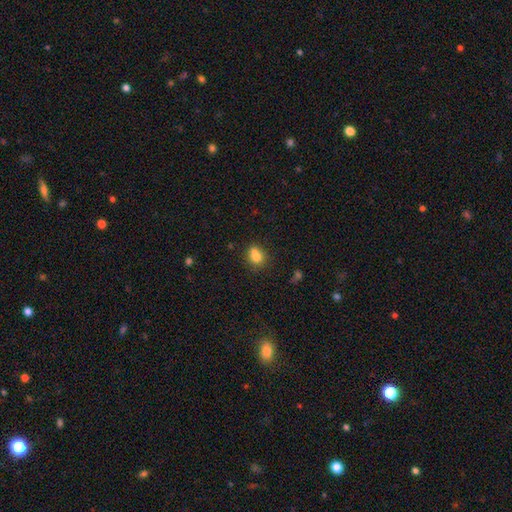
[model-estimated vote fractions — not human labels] Smooth or featured? Predicted: smooth (p=0.78). How rounded? Predicted: in between (p=0.52). Merging? Predicted: none (p=0.52).